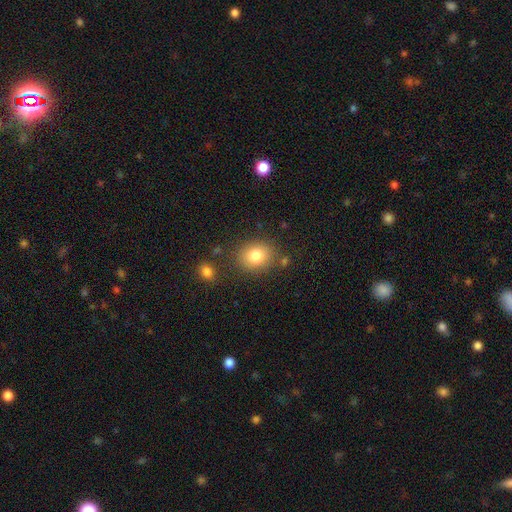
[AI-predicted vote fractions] smooth 81%, star or artifact 10%, featured or disk 9%. Down the decision tree: how rounded — round (60%); merging — none (79%).